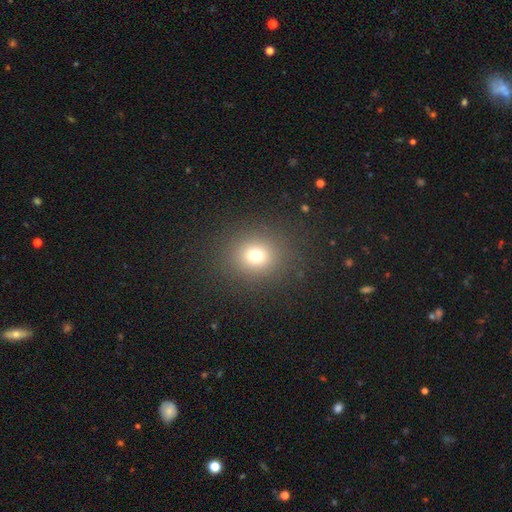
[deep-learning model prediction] smooth_or_featured: smooth (p=0.72) [alt: star or artifact p=0.19]
how_rounded: round (p=0.83) [alt: in between p=0.16]
merging: none (p=0.87) [alt: minor disturbance p=0.07]